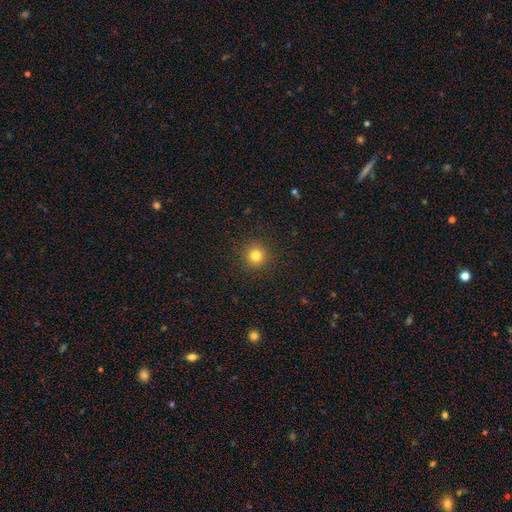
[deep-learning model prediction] Overall: smooth (81%). How rounded: round (95%). Merging: none (92%).